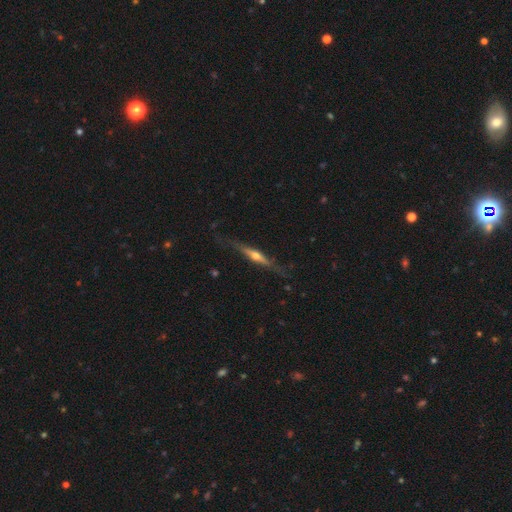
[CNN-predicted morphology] A featured or disk galaxy (73%) viewed edge-on (96%) with a rounded central bulge (88%).

Vote fractions:
- Smooth or featured? featured or disk: 73% / smooth: 22% / star or artifact: 6%
- Edge-on disk? yes: 96% / no: 4%
- Edge-on bulge? rounded: 88% / none: 7% / boxy: 5%
- Merging? none: 76% / minor disturbance: 17% / major disturbance: 5% / merger: 2%